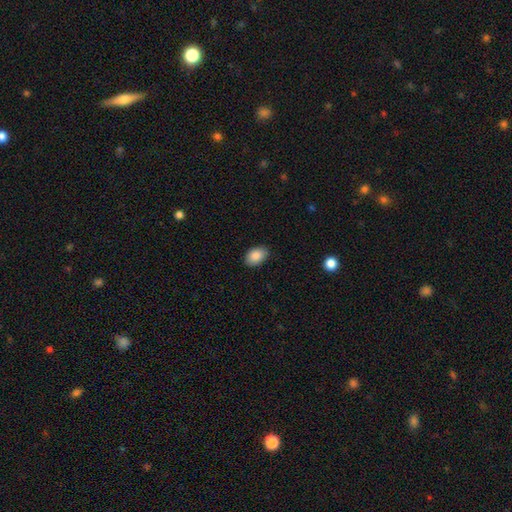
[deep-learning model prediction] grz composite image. It shows a smooth galaxy with no disk features (88%) that is in between round and cigar-shaped (84%). Merging: none (86%).